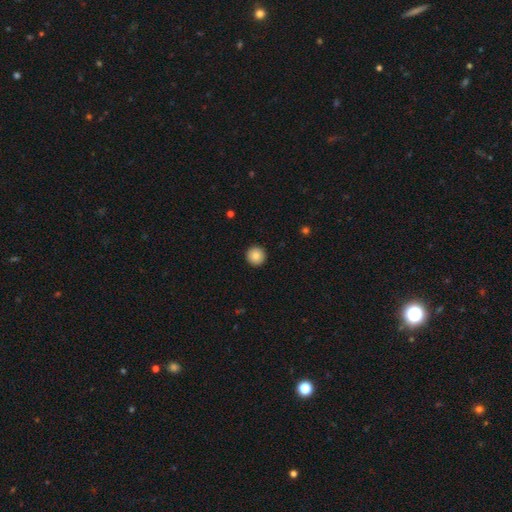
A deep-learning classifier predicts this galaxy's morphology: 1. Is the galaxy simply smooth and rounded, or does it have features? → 86% smooth, 9% star or artifact, 5% featured or disk.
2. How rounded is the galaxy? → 96% round, 3% in between, 1% cigar-shaped.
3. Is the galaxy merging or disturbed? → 94% none, 4% minor disturbance, 1% major disturbance, 1% merger.